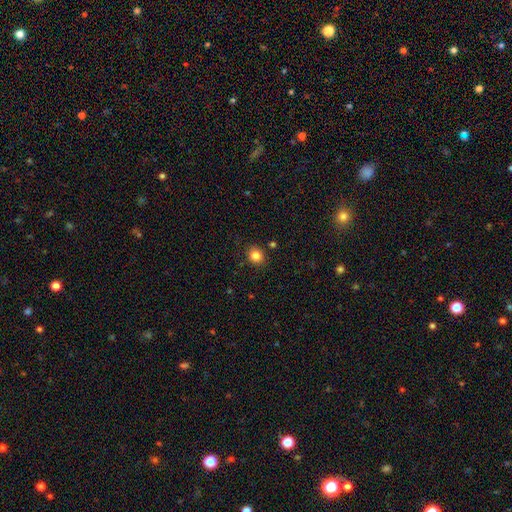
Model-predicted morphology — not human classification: Smooth or featured?
  - smooth: 83% *
  - star or artifact: 11%
  - featured or disk: 6%
How rounded?
  - round: 76% *
  - in between: 23%
  - cigar-shaped: 1%
Merging?
  - none: 87% *
  - minor disturbance: 8%
  - merger: 2%
  - major disturbance: 2%